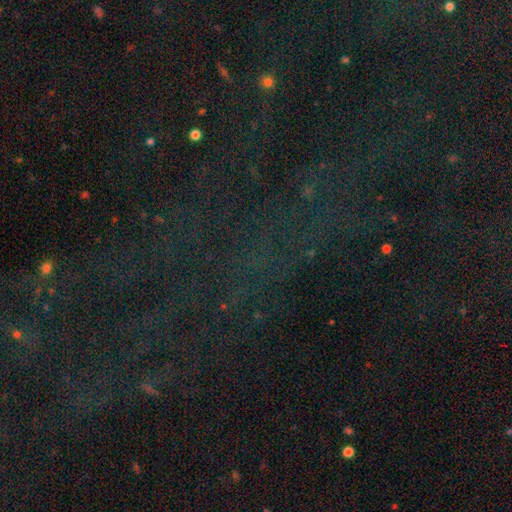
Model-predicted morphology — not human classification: star or artifact 78%, smooth 12%, featured or disk 10%.